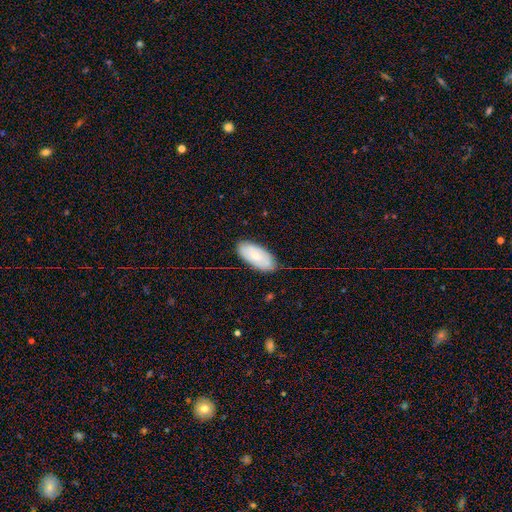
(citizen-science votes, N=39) A smooth galaxy with no disk features (62%) that is in between round and cigar-shaped (100%).

Vote fractions:
- Smooth or featured? smooth: 62% / featured or disk: 36% / star or artifact: 3%
- How rounded? in between: 100% / round: 0% / cigar-shaped: 0%
- Merging? none: 82% / minor disturbance: 16% / major disturbance: 3% / merger: 0%